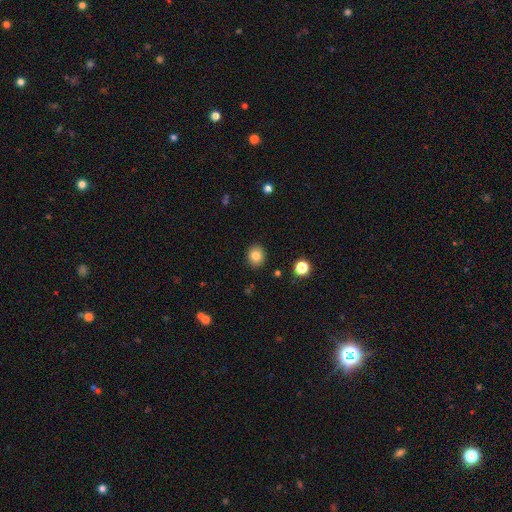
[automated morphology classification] Overall: smooth (81%). How rounded: round (78%). Merging: none (90%).